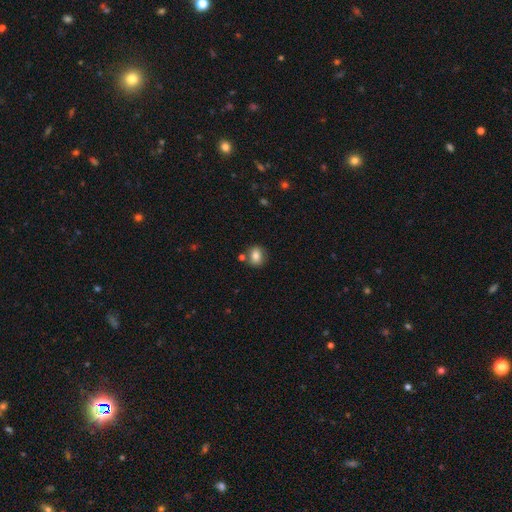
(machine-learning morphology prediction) Smooth or featured?
  - smooth: 82% *
  - star or artifact: 10%
  - featured or disk: 8%
How rounded?
  - round: 57% *
  - in between: 42%
  - cigar-shaped: 1%
Merging?
  - none: 75% *
  - minor disturbance: 11%
  - merger: 11%
  - major disturbance: 3%